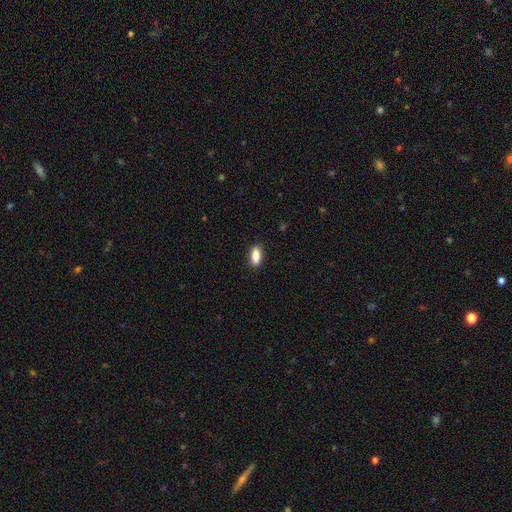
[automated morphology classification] Smooth or featured?
  - smooth: 87% *
  - star or artifact: 7%
  - featured or disk: 6%
How rounded?
  - in between: 78% *
  - cigar-shaped: 19%
  - round: 3%
Merging?
  - none: 88% *
  - minor disturbance: 9%
  - major disturbance: 2%
  - merger: 1%